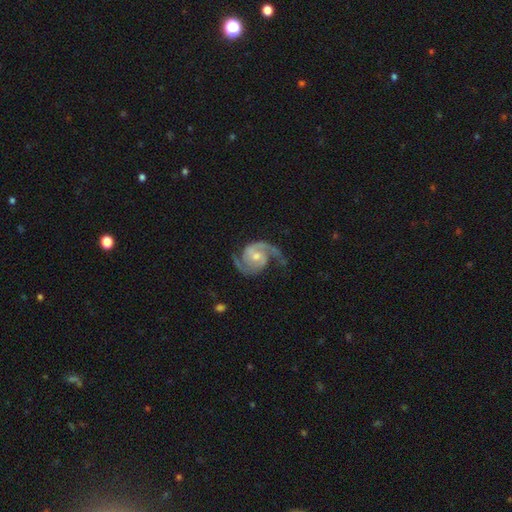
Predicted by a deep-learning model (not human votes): This appears to be a featured or disk galaxy (92%) with no bar (57%), 2 (93%) medium (57%) spiral arms (98%) and a moderate central bulge (55%). Merging: none (73%).